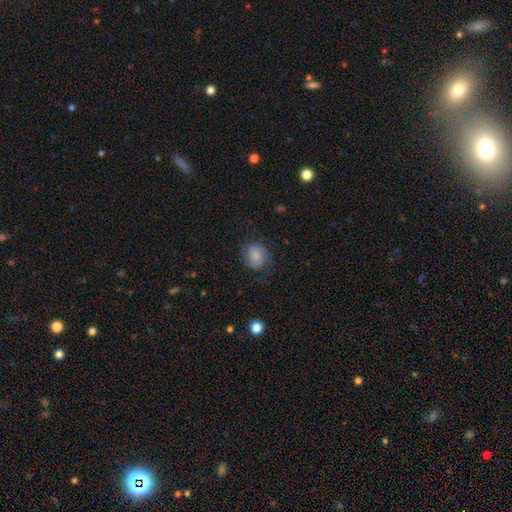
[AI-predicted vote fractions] Smooth or featured?
  - smooth: 59% *
  - featured or disk: 32%
  - star or artifact: 9%
How rounded?
  - round: 66% *
  - in between: 33%
  - cigar-shaped: 1%
Merging?
  - none: 66% *
  - minor disturbance: 21%
  - major disturbance: 11%
  - merger: 1%